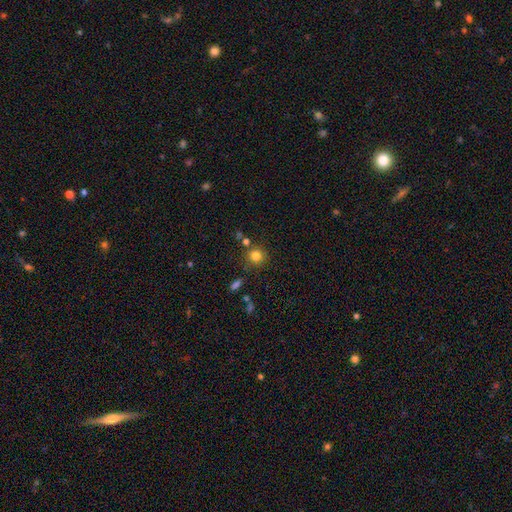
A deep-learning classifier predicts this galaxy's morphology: This is clearly a smooth galaxy (80%). How rounded: clearly round (91%). Merging: likely none (79%).